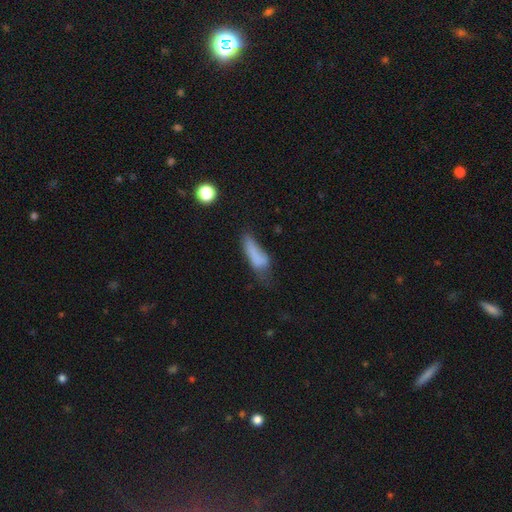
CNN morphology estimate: The model was most divided on "merging": minor disturbance: 34%, none: 30%, major disturbance: 30%, merger: 6%. More confident: smooth or featured — smooth (74%); how rounded — in between (53%).